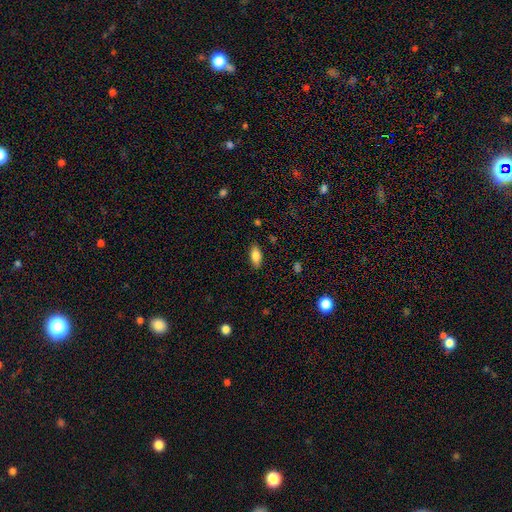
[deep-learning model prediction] smooth 83%, featured or disk 10%, star or artifact 7%. Down the decision tree: how rounded — in between (85%); merging — none (87%).